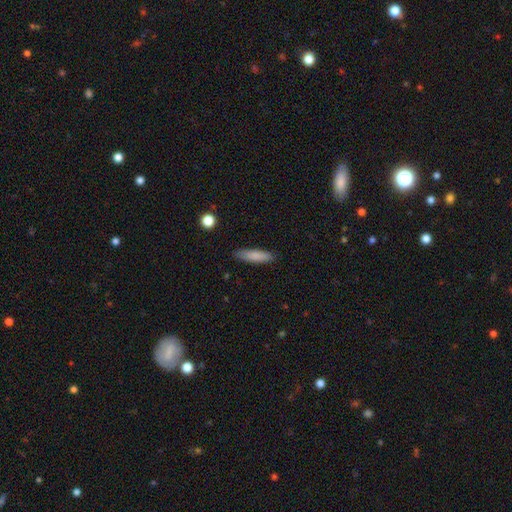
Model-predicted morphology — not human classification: The model was most divided on "how rounded": cigar-shaped: 70%, in between: 28%, round: 2%. More confident: merging — none (86%); smooth or featured — smooth (82%).